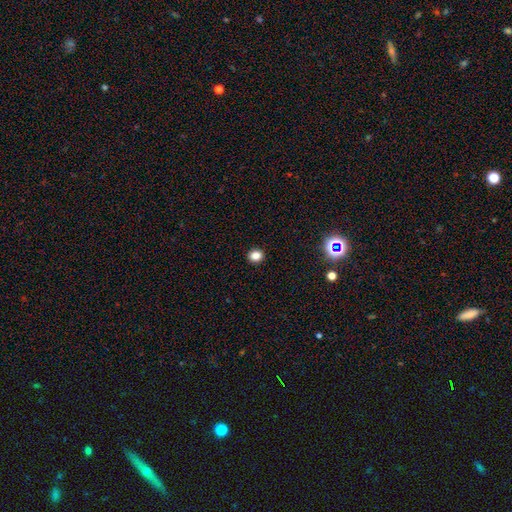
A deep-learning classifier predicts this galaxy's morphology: A smooth galaxy with no disk features (83%) that is round (74%).

Vote fractions:
- Smooth or featured? smooth: 83% / star or artifact: 13% / featured or disk: 4%
- How rounded? round: 74% / in between: 25% / cigar-shaped: 1%
- Merging? none: 92% / minor disturbance: 5% / major disturbance: 2% / merger: 1%